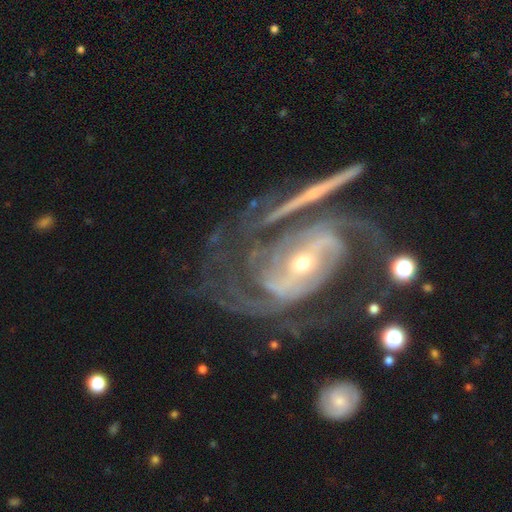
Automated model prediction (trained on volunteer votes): This is clearly a featured or disk galaxy (90%). It is clearly not viewed edge-on (96%). Bar: marginally strong (39%). Spiral arm pattern: clearly yes (96%). Spiral arm count: marginally 2 (36%). Spiral winding: possibly tight (54%). Central bulge: possibly small (60%). Merging: possibly none (46%).